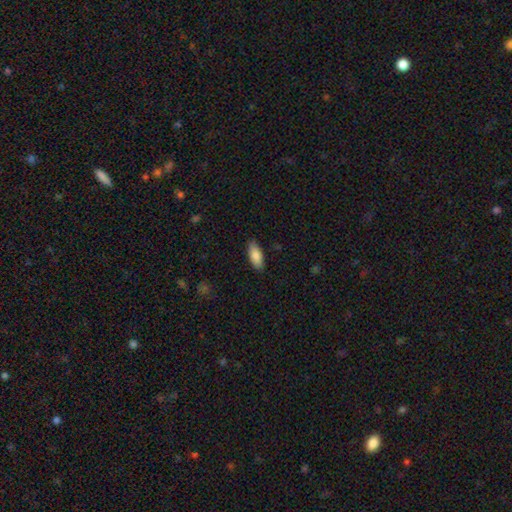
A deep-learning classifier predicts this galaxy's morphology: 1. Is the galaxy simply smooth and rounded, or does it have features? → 86% smooth, 8% featured or disk, 6% star or artifact.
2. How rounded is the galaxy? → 81% in between, 18% cigar-shaped, 2% round.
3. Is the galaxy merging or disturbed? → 86% none, 10% minor disturbance, 2% major disturbance, 1% merger.